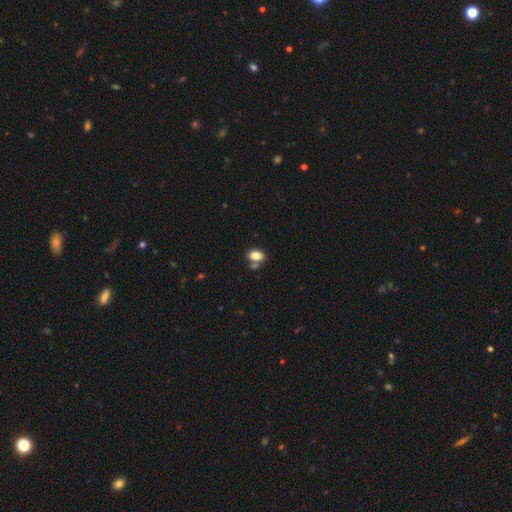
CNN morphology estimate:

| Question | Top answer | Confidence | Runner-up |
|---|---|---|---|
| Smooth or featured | smooth | 83% | star or artifact (9%) |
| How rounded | in between | 80% | round (18%) |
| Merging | none | 63% | merger (20%) |